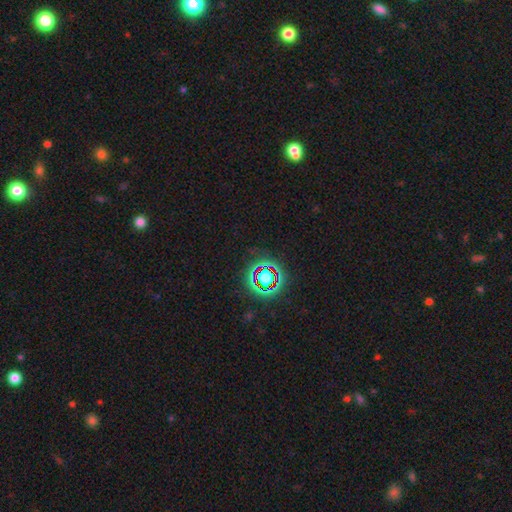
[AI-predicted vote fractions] star or artifact 77%, smooth 14%, featured or disk 9%.